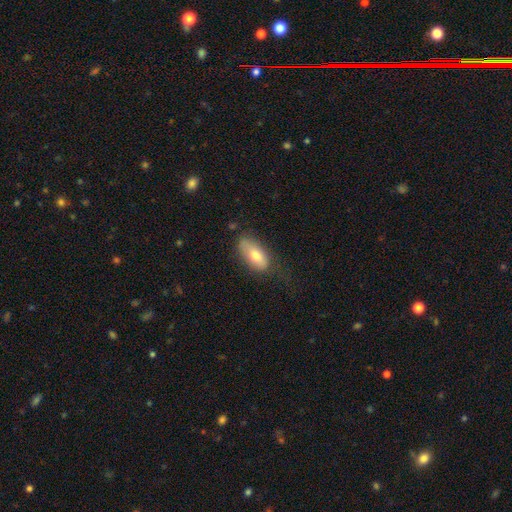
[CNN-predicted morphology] Smooth or featured?
  - smooth: 73% *
  - featured or disk: 20%
  - star or artifact: 7%
How rounded?
  - in between: 88% *
  - cigar-shaped: 8%
  - round: 3%
Merging?
  - none: 60% *
  - minor disturbance: 28%
  - major disturbance: 9%
  - merger: 2%